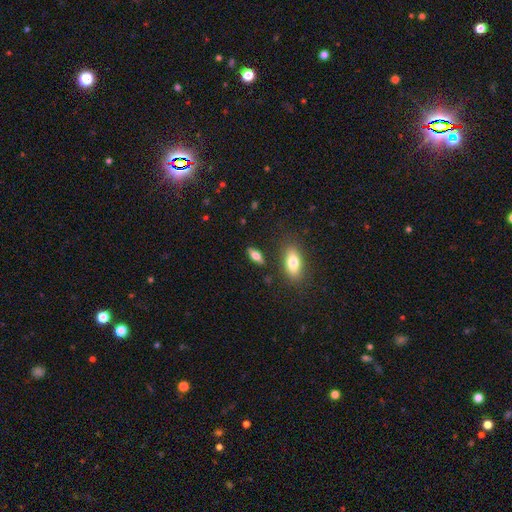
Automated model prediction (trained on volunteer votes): Overall: smooth (59%; featured or disk 33%). How rounded: in between (68%). Merging: none (82%).